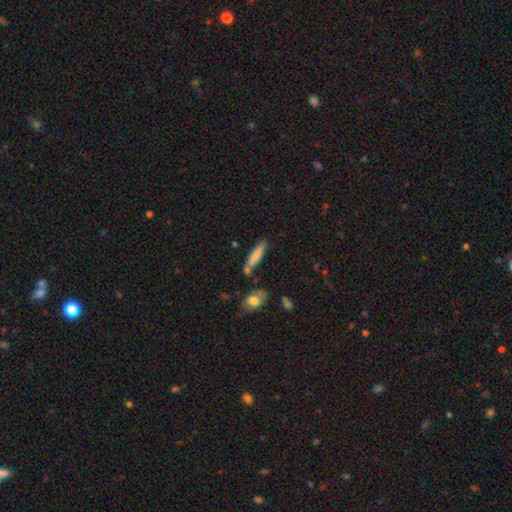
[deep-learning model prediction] Q: Smooth or featured?
A: smooth (77%); runner-up: featured or disk (16%)
Q: How rounded?
A: cigar-shaped (77%); runner-up: in between (21%)
Q: Merging?
A: none (68%); runner-up: minor disturbance (16%)